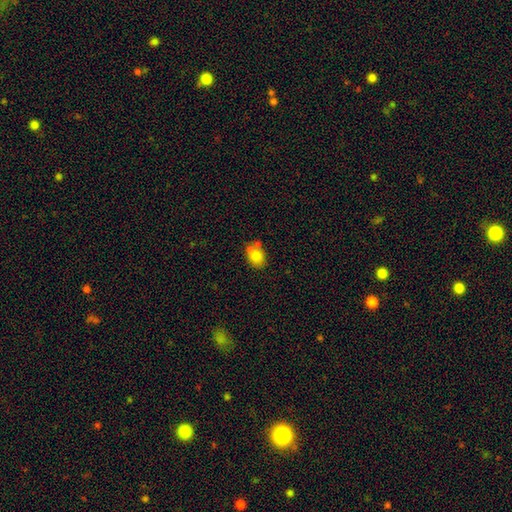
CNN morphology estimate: smooth 79%, featured or disk 12%, star or artifact 9%. Down the decision tree: how rounded — in between (74%); merging — none (56%).